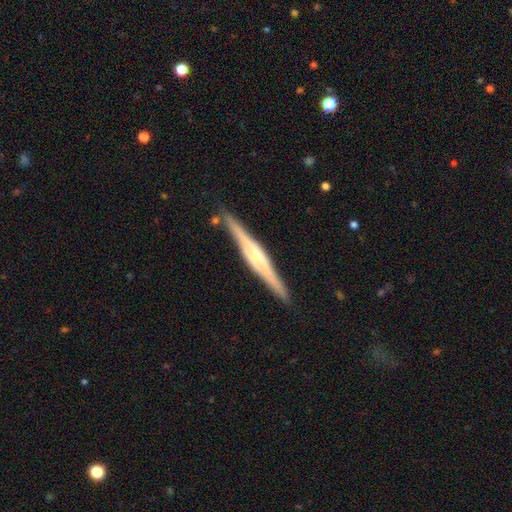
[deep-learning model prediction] This is clearly a featured or disk galaxy (81%). It is clearly viewed edge-on (98%). Edge-on bulge: possibly rounded (59%). Merging: clearly none (89%).